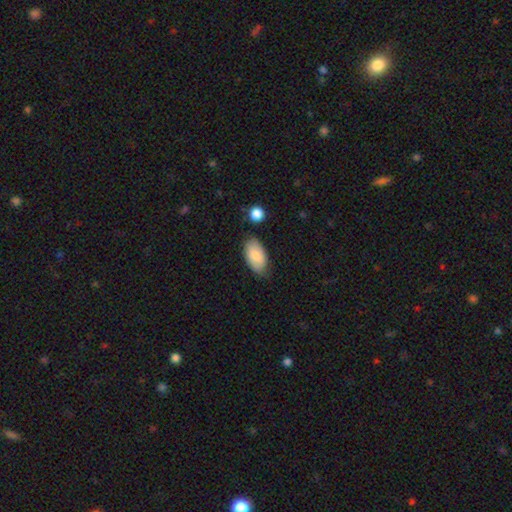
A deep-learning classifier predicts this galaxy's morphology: Smooth or featured? Predicted: smooth (p=0.84). How rounded? Predicted: in between (p=0.94). Merging? Predicted: none (p=0.74).